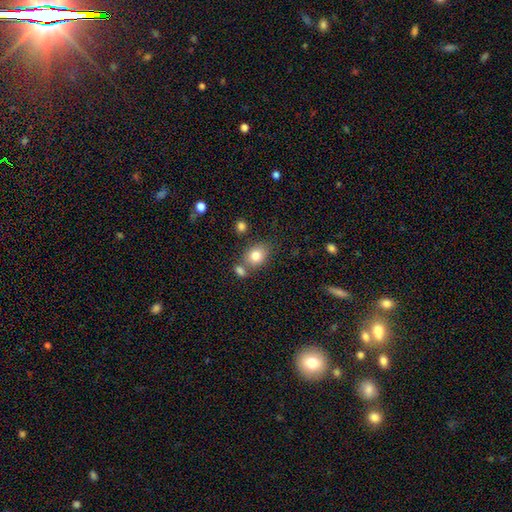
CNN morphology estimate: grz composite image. It shows a smooth galaxy with no disk features (81%) that is in between round and cigar-shaped (55%). Merging: none (62%).